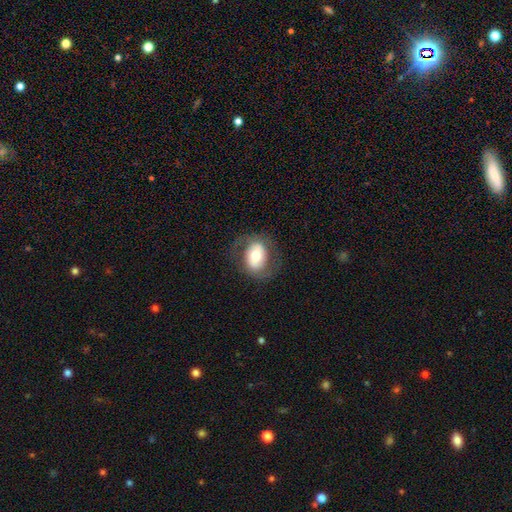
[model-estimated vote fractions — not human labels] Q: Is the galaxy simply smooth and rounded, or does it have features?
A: smooth — 55%.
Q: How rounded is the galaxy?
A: in between — 66%.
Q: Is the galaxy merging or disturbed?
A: none — 73%.